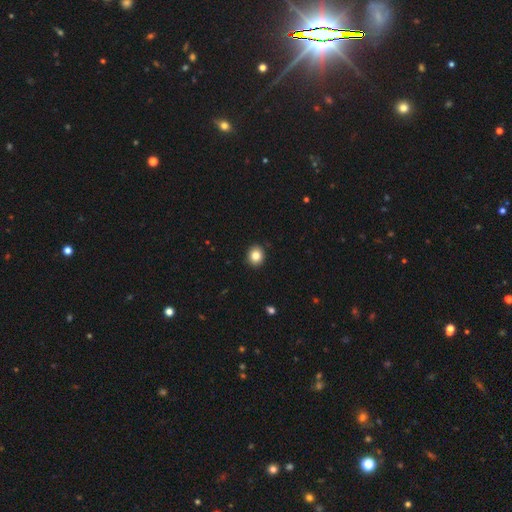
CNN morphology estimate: smooth 84%, star or artifact 10%, featured or disk 7%. Down the decision tree: how rounded — round (74%); merging — none (91%).